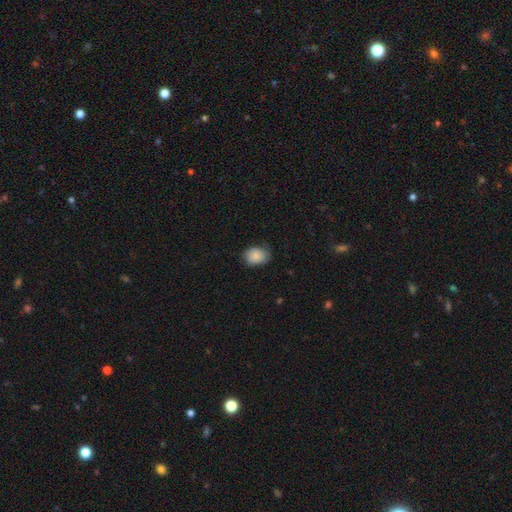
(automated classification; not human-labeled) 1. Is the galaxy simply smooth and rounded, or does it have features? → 84% smooth, 9% featured or disk, 7% star or artifact.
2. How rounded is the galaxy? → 66% in between, 33% round, 1% cigar-shaped.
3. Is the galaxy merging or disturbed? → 70% none, 24% minor disturbance, 5% major disturbance, 1% merger.